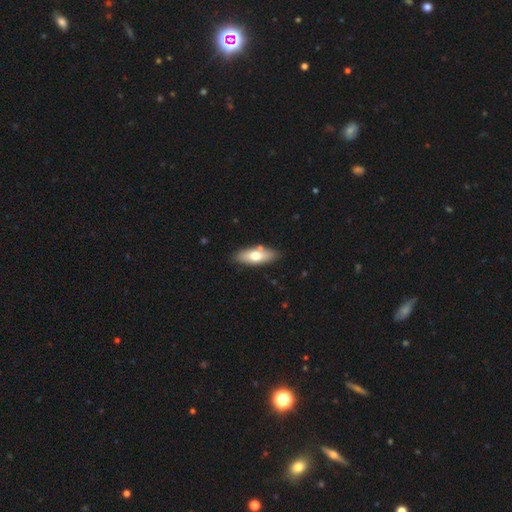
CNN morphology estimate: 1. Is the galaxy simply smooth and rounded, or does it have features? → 66% smooth, 28% featured or disk, 6% star or artifact.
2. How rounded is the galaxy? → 72% in between, 26% cigar-shaped, 2% round.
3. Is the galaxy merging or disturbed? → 82% none, 10% minor disturbance, 5% merger, 2% major disturbance.